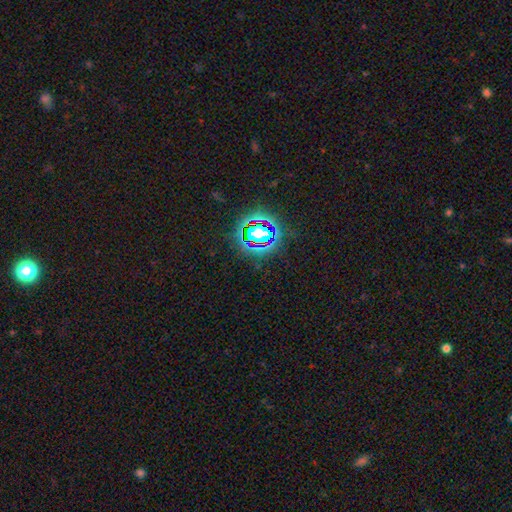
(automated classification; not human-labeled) Q: Smooth or featured?
A: star or artifact (81%); runner-up: smooth (12%)